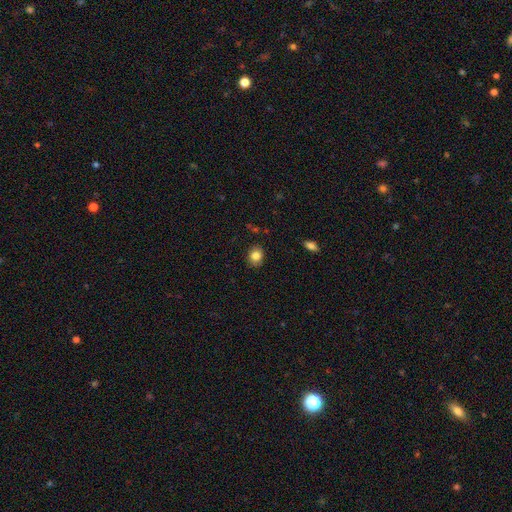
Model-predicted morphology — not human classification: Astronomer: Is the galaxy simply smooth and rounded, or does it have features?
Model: smooth — 83%.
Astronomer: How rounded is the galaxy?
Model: round — 54% (runner-up: in between, 45%).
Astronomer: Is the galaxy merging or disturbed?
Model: none — 87%.